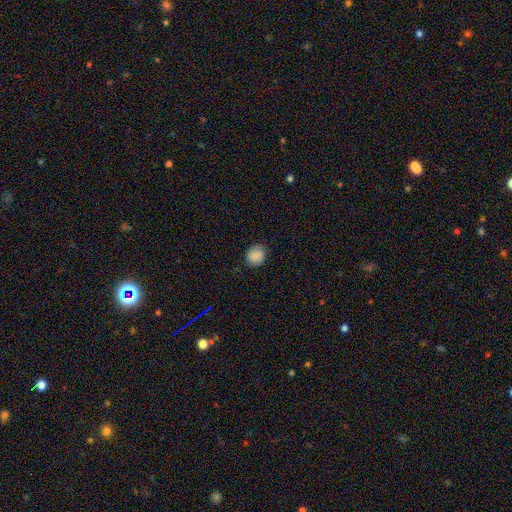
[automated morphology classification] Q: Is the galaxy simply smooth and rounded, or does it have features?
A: smooth — 87%.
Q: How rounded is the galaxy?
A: round — 75%.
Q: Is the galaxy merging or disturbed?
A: none — 85%.